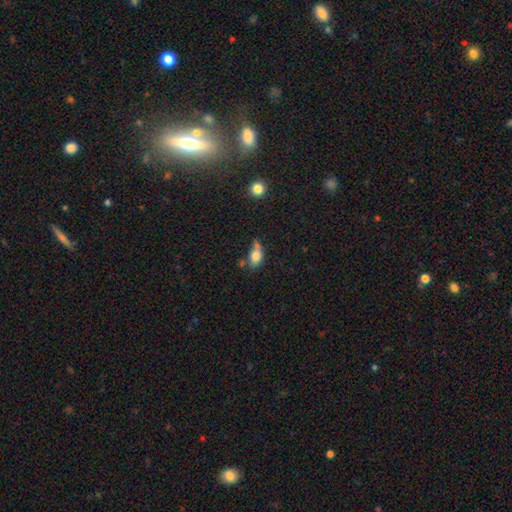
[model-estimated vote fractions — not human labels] This is likely a smooth galaxy (80%). How rounded: clearly in between (80%). Merging: marginally none (44%).